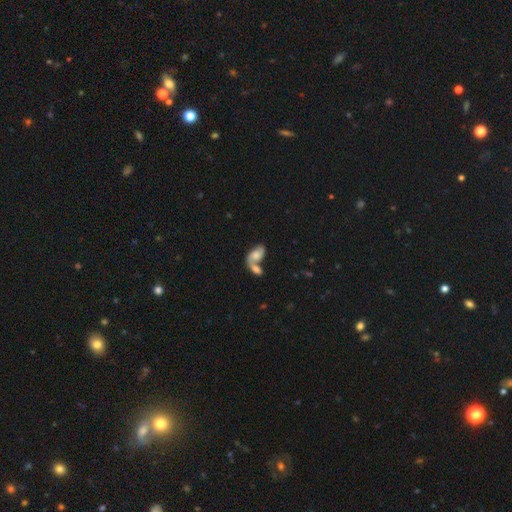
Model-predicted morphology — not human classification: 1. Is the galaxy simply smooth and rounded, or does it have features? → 48% featured or disk, 44% smooth, 8% star or artifact.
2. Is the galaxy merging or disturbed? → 64% merger, 20% none, 9% minor disturbance, 8% major disturbance.